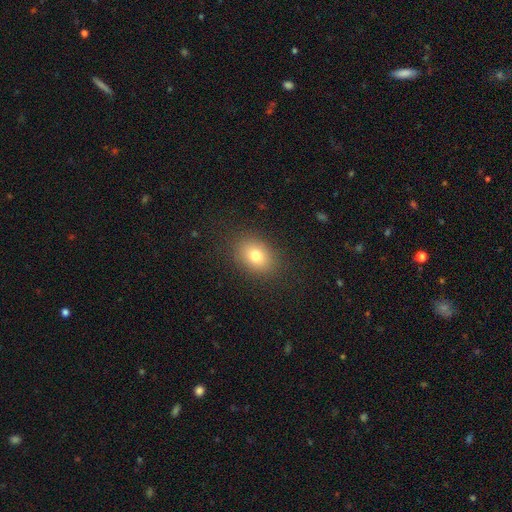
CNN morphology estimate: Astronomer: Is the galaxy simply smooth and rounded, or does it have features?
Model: smooth — 78%.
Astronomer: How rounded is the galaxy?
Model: in between — 68%.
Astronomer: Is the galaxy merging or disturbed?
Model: none — 87%.